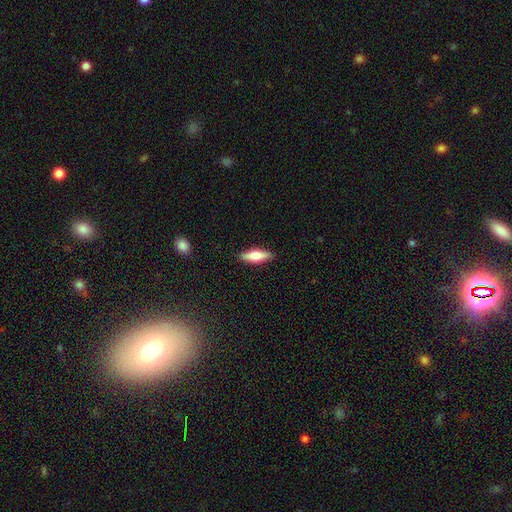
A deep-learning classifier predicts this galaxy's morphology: This is likely a smooth galaxy (61%). How rounded: possibly in between (50%). Merging: clearly none (88%).